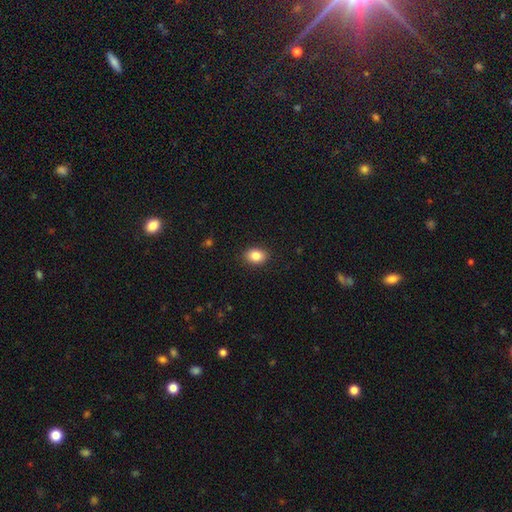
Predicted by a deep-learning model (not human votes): Smooth or featured? smooth (86%)
How rounded? in between (70%)
Merging? none (89%)